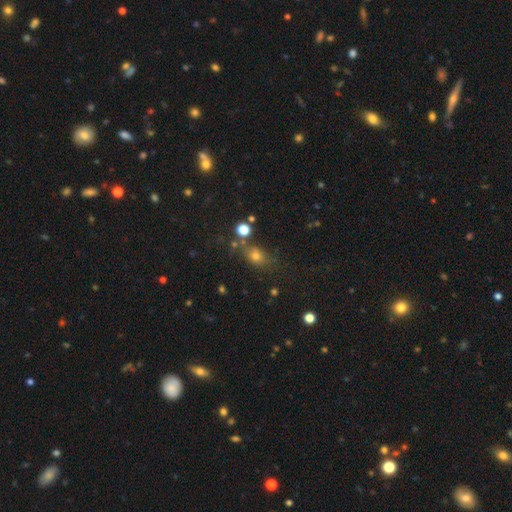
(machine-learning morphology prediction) Q: Smooth or featured?
A: smooth (64%); runner-up: star or artifact (24%)
Q: How rounded?
A: in between (50%); runner-up: round (46%)
Q: Merging?
A: none (65%); runner-up: minor disturbance (16%)